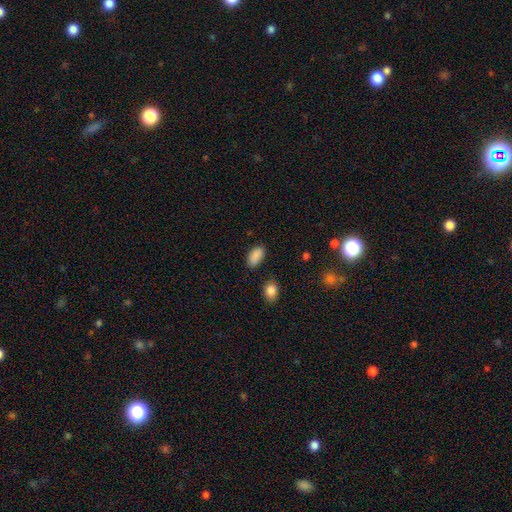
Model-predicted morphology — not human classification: A smooth galaxy with no disk features (89%) that is in between round and cigar-shaped (93%). Merging: none (82%).